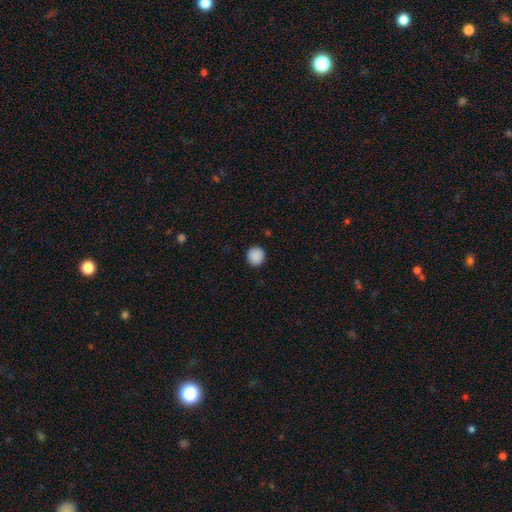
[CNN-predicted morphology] smooth_or_featured: smooth (p=0.89) [alt: star or artifact p=0.08]
how_rounded: round (p=0.95) [alt: in between p=0.04]
merging: none (p=0.92) [alt: minor disturbance p=0.05]